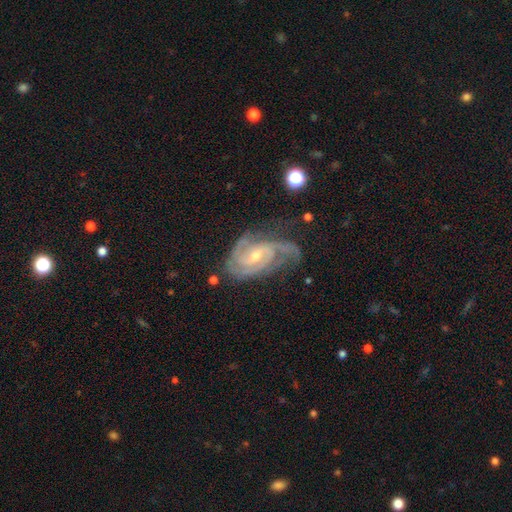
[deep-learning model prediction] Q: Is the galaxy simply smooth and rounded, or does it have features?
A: featured or disk — 90%.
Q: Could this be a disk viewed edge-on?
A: no — 97%.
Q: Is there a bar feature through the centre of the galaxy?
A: weak — 45%.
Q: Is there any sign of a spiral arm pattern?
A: yes — 98%.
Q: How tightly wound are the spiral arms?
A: tight — 57%.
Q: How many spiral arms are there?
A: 3 — 37%.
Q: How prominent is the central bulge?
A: small — 55%.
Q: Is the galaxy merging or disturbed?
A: none — 52%.